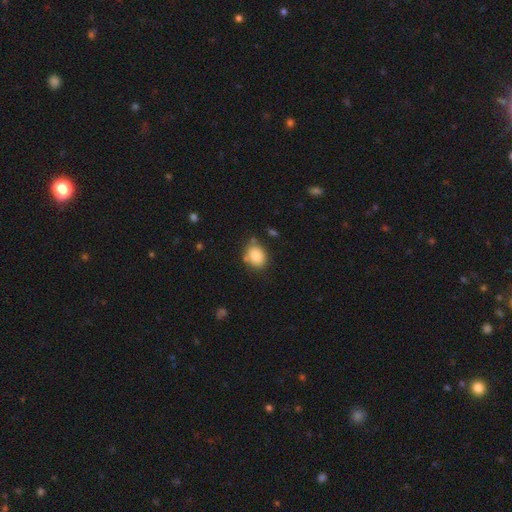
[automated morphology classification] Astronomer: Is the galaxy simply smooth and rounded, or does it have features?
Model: smooth — 85%.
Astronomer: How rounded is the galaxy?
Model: in between — 55% (runner-up: round, 44%).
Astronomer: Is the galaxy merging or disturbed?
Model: none — 72%.